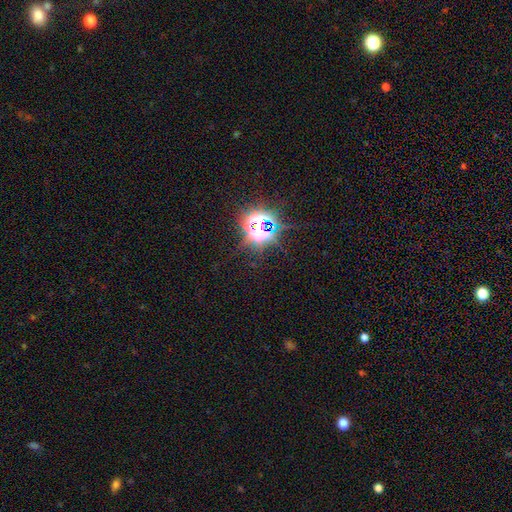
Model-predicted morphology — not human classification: Smooth or featured? Predicted: star or artifact (p=0.80).